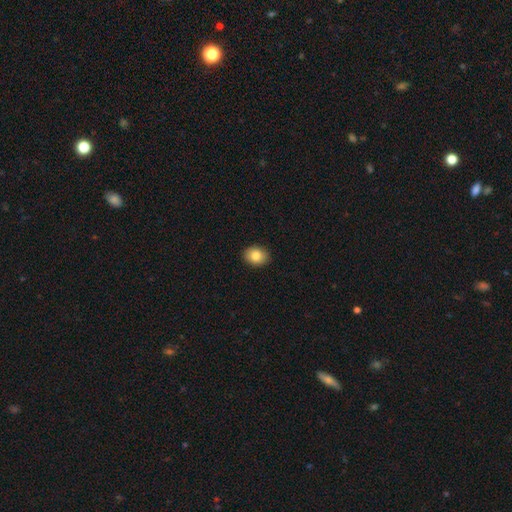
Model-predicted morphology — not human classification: This is clearly a smooth galaxy (84%). How rounded: possibly in between (57%). Merging: clearly none (90%).